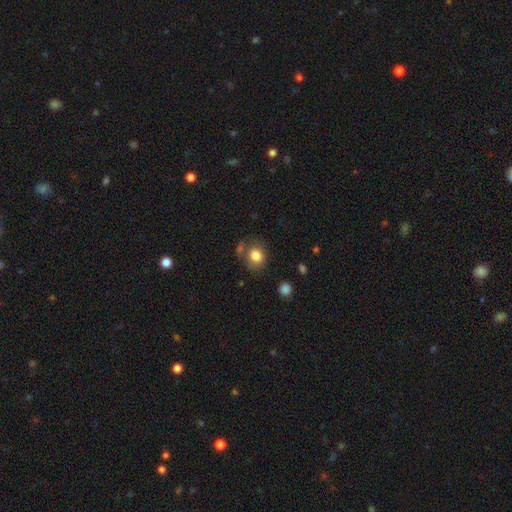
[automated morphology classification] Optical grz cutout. It shows a smooth galaxy with no disk features (82%) that is round (69%). Merging: none (65%).